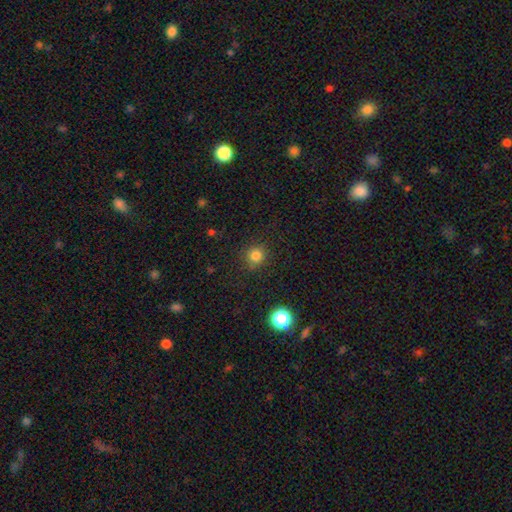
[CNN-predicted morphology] This is clearly a smooth galaxy (81%). How rounded: clearly round (91%). Merging: clearly none (87%).